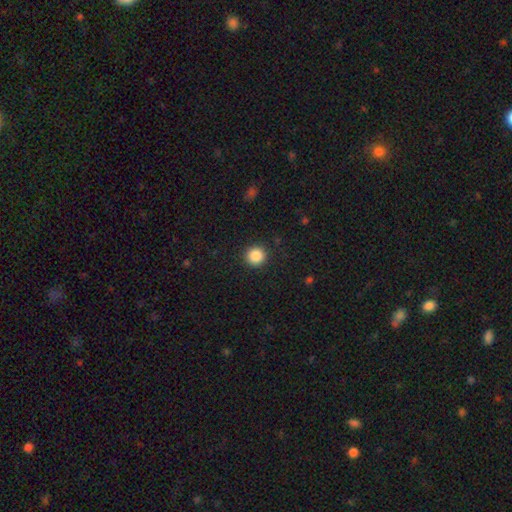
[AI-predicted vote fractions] Q: Smooth or featured?
A: smooth (87%); runner-up: star or artifact (10%)
Q: How rounded?
A: round (95%); runner-up: in between (4%)
Q: Merging?
A: none (91%); runner-up: minor disturbance (6%)